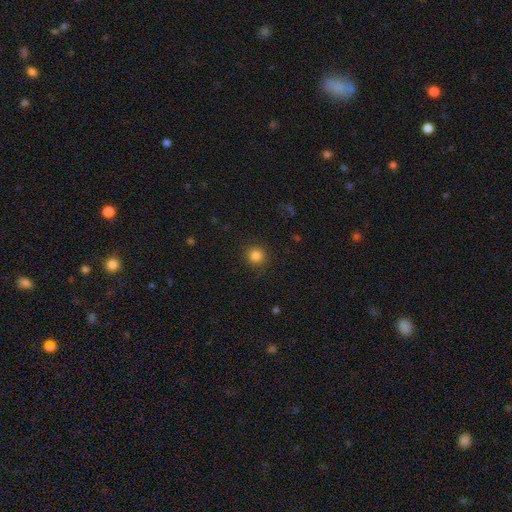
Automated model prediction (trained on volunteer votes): smooth 83%, star or artifact 12%, featured or disk 4%. Down the decision tree: how rounded — round (94%); merging — none (89%).